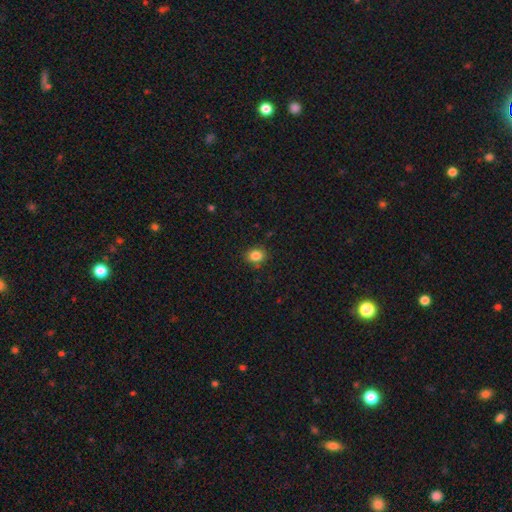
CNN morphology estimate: The model was most divided on "how rounded": round: 62%, in between: 37%, cigar-shaped: 1%. More confident: merging — none (84%); smooth or featured — smooth (84%).